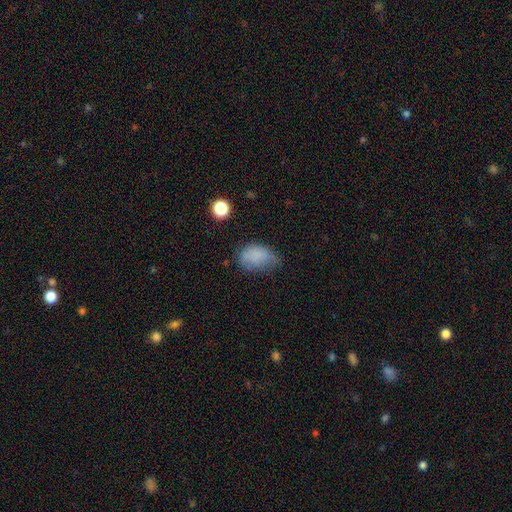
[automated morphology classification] Overall: smooth (77%). How rounded: in between (78%). Merging: none (47%; minor disturbance 35%).